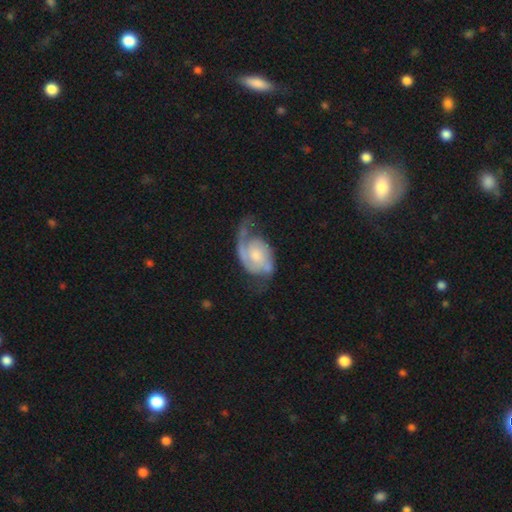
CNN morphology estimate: Smooth or featured: featured or disk — 85% (smooth — 11%)
Edge-on disk: no — 97% (yes — 3%)
Bar: no — 65% (weak — 30%)
Spiral arms: yes — 96% (no — 4%)
Spiral winding: medium — 44% (tight — 32%)
Spiral arm count: 2 — 69% (1 — 21%)
Bulge size: moderate — 42% (small — 39%)
Merging: none — 51% (minor disturbance — 24%)